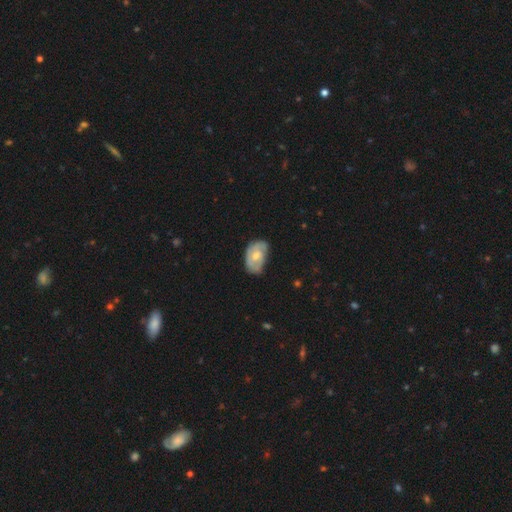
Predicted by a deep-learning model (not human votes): A featured or disk galaxy (60%) with no bar (70%), spiral arms (76%) and a moderate central bulge (59%). Merging: none (60%).